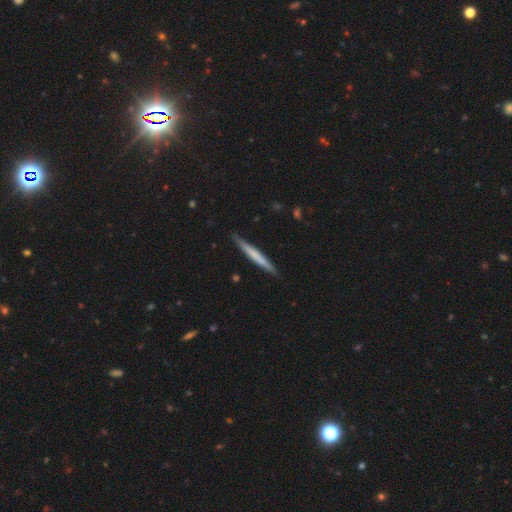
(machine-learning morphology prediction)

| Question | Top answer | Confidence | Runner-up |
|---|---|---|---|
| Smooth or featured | smooth | 54% | featured or disk (41%) |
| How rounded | cigar-shaped | 96% | in between (2%) |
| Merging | none | 88% | minor disturbance (9%) |